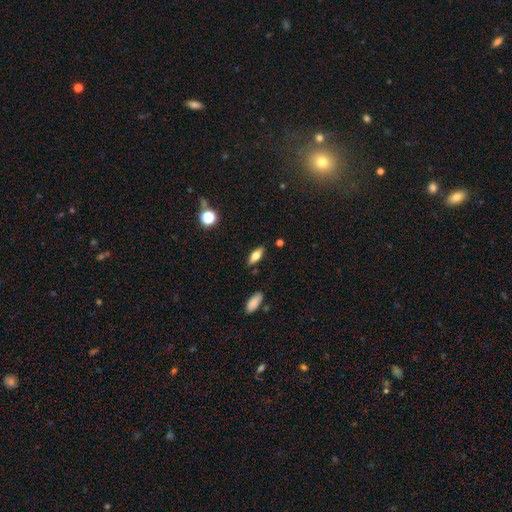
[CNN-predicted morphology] smooth-or-featured: smooth: 66% | featured or disk: 25% | star or artifact: 9%
  how-rounded: in between: 74% | cigar-shaped: 23% | round: 3%
  merging: none: 85% | minor disturbance: 10% | major disturbance: 2% | merger: 2%